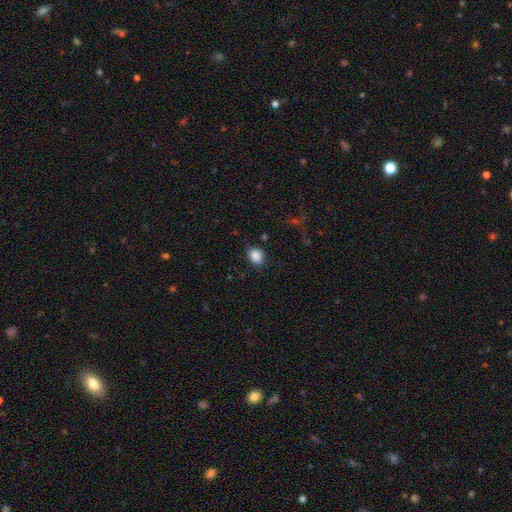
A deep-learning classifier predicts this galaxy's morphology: This is clearly a smooth galaxy (87%). How rounded: possibly round (52%). Merging: clearly none (80%).